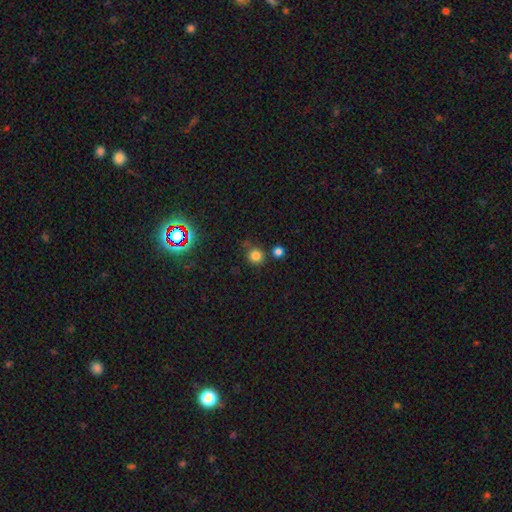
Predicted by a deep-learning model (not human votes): This is likely a smooth galaxy (79%). How rounded: clearly round (90%). Merging: likely none (75%).